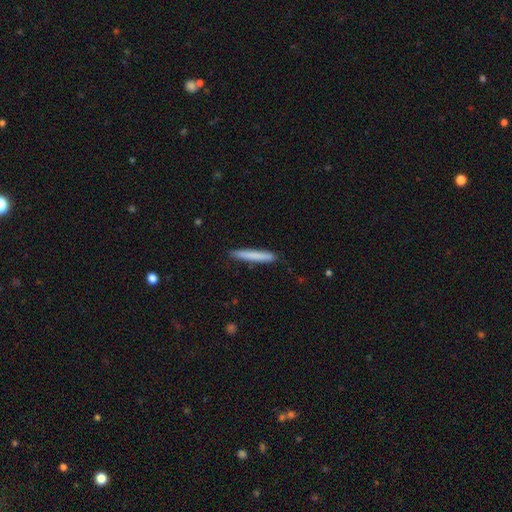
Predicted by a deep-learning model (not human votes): The model was most divided on "smooth or featured": smooth: 79%, featured or disk: 15%, star or artifact: 6%. More confident: how rounded — cigar-shaped (95%); merging — none (88%).